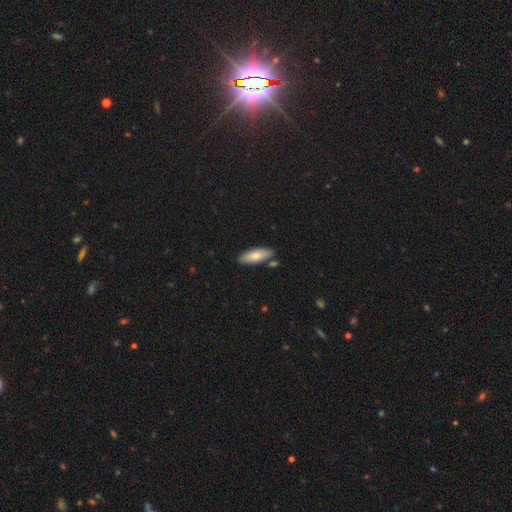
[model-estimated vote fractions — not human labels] Smooth or featured: smooth — 76% (featured or disk — 18%)
How rounded: in between — 66% (cigar-shaped — 32%)
Merging: none — 81% (minor disturbance — 12%)